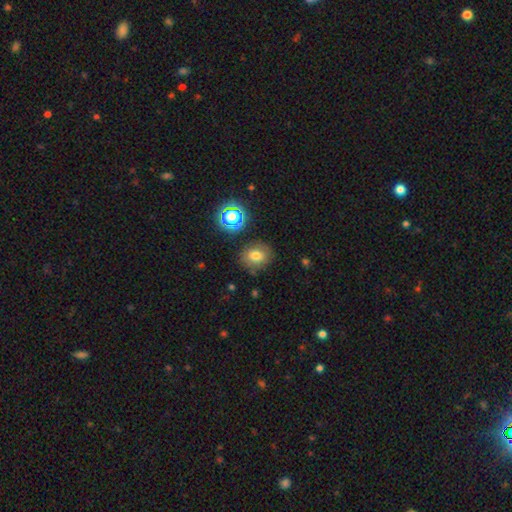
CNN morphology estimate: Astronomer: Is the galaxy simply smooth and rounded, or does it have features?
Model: smooth — 73%.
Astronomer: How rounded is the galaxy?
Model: round — 68%.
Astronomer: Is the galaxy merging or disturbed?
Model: none — 81%.